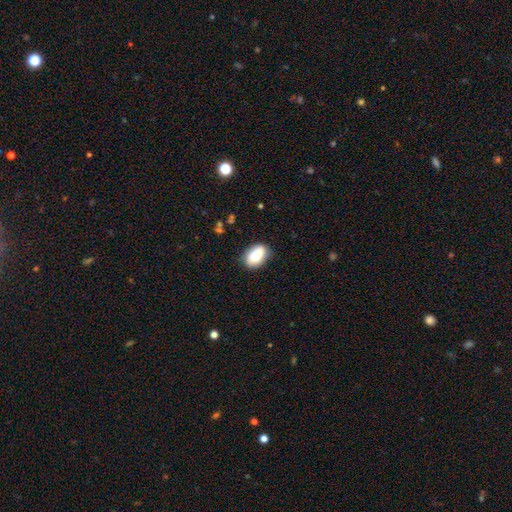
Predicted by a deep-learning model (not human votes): Smooth or featured? smooth (76%)
How rounded? in between (82%)
Merging? none (68%)